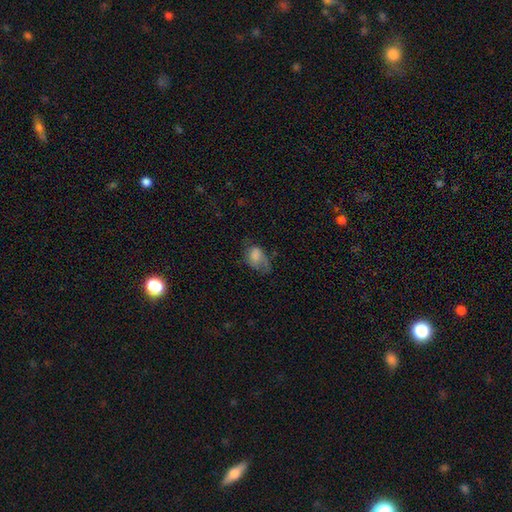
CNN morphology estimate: This is likely a smooth galaxy (71%). How rounded: clearly in between (83%). Merging: marginally none (33%, tied with minor disturbance).